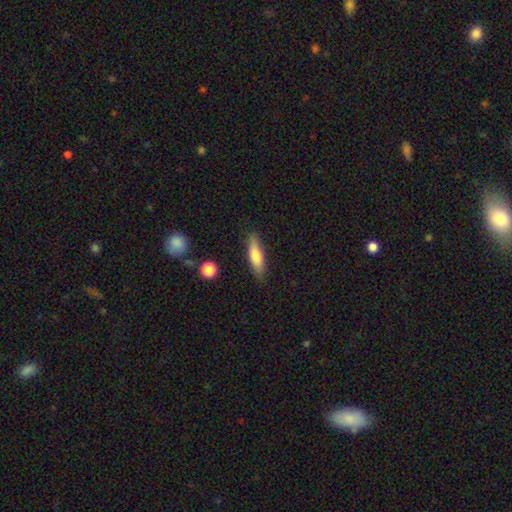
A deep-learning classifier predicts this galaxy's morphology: A smooth galaxy with no disk features (69%) that is cigar-shaped (69%).

Vote fractions:
- Smooth or featured? smooth: 69% / featured or disk: 25% / star or artifact: 6%
- How rounded? cigar-shaped: 69% / in between: 29% / round: 2%
- Merging? none: 85% / minor disturbance: 11% / major disturbance: 2% / merger: 2%